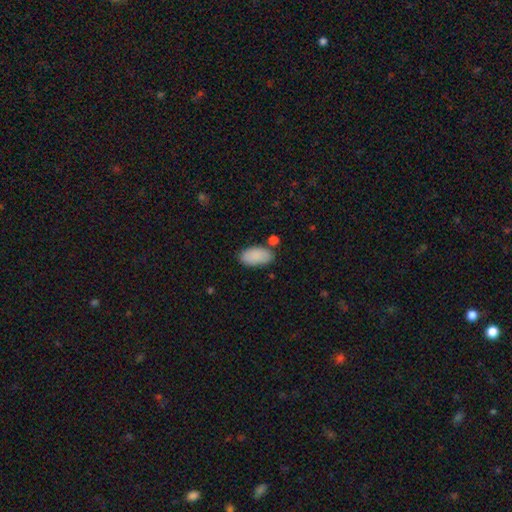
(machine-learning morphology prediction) smooth 89%, star or artifact 6%, featured or disk 5%. Down the decision tree: how rounded — in between (95%); merging — none (75%).